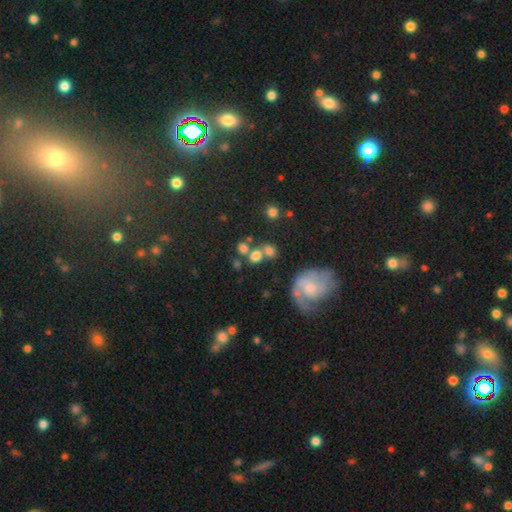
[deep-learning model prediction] A smooth galaxy with no disk features (66%) that is round (65%).

Vote fractions:
- Smooth or featured? smooth: 66% / featured or disk: 19% / star or artifact: 15%
- How rounded? round: 65% / in between: 34% / cigar-shaped: 2%
- Merging? none: 45% / merger: 35% / minor disturbance: 12% / major disturbance: 8%